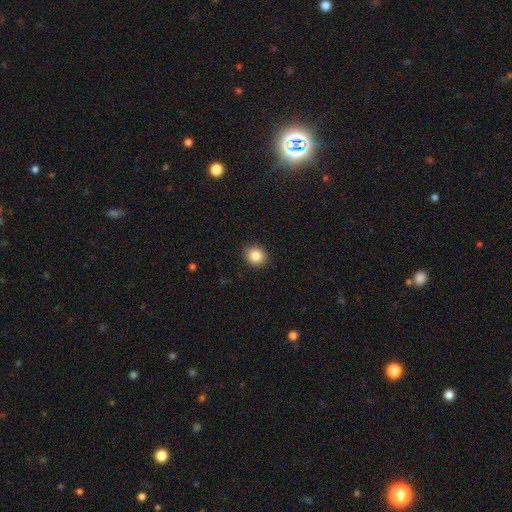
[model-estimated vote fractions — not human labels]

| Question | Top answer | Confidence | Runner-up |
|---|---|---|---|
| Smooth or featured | smooth | 85% | star or artifact (9%) |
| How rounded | round | 78% | in between (21%) |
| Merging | none | 90% | minor disturbance (7%) |